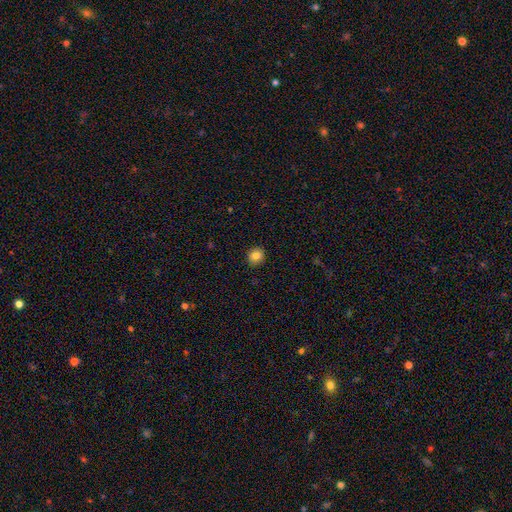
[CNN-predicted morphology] Smooth or featured: smooth — 83% (star or artifact — 10%)
How rounded: round — 81% (in between — 18%)
Merging: none — 91% (minor disturbance — 7%)